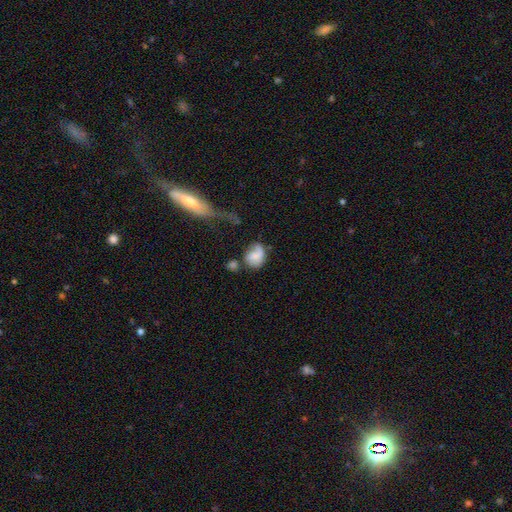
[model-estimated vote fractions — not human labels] Smooth or featured? smooth (64%)
How rounded? in between (53%)
Merging? none (37%)